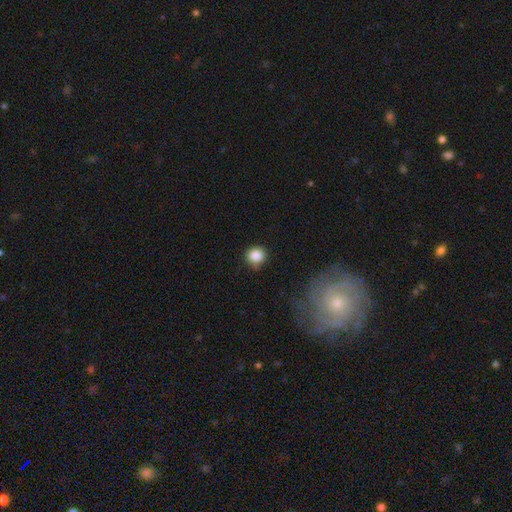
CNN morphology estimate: Overall: smooth (86%). How rounded: round (85%). Merging: none (75%).